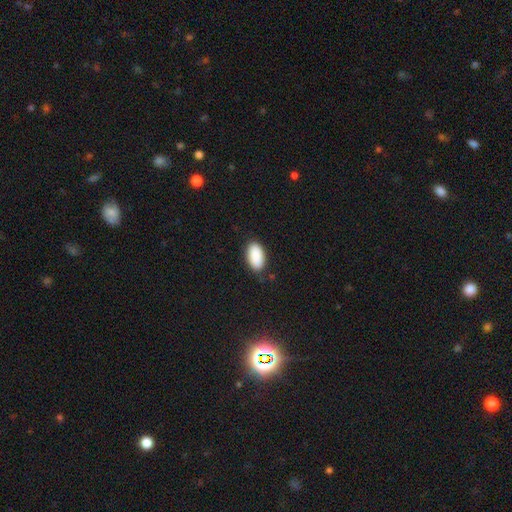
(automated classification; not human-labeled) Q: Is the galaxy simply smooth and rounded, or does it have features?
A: smooth — 90%.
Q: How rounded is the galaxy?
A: in between — 95%.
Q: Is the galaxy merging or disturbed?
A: none — 83%.